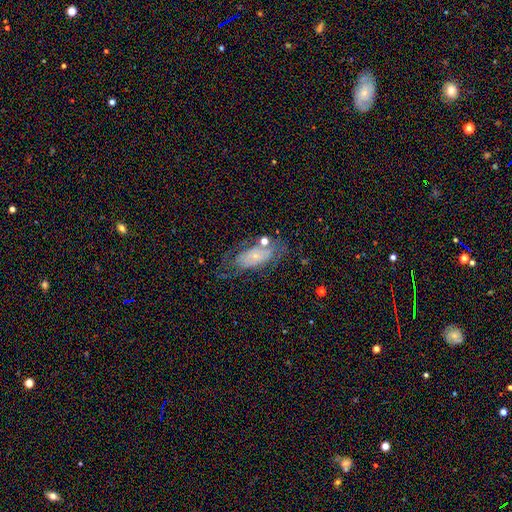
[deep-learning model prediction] A featured or disk galaxy (51%). Merging: none (52%).